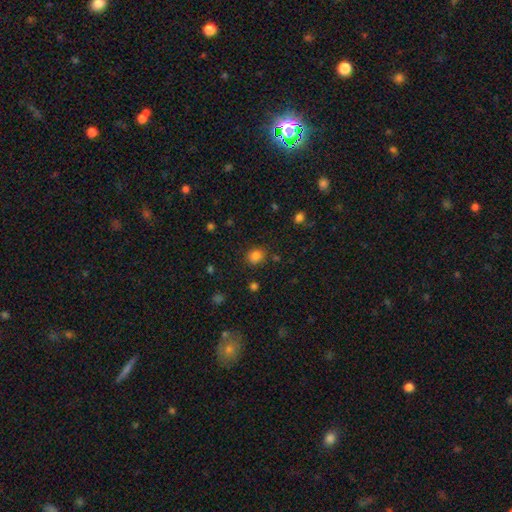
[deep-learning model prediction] This is clearly a smooth galaxy (83%). How rounded: likely round (71%). Merging: clearly none (84%).